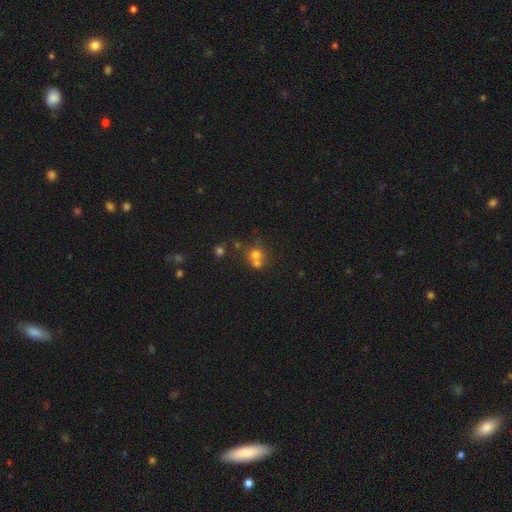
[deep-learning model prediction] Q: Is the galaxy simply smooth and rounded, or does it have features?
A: smooth — 65%.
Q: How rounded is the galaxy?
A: round — 82%.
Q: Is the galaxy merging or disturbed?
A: merger — 49%.